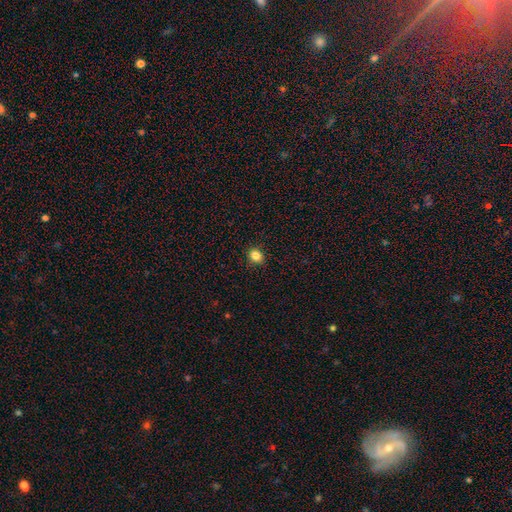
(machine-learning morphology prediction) Q: Smooth or featured?
A: smooth (84%); runner-up: star or artifact (11%)
Q: How rounded?
A: round (60%); runner-up: in between (39%)
Q: Merging?
A: none (90%); runner-up: minor disturbance (7%)